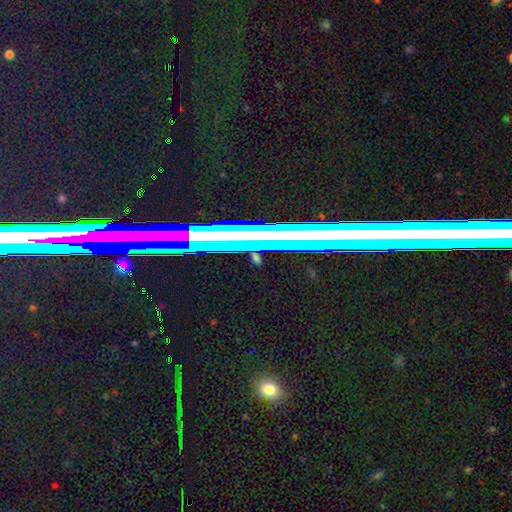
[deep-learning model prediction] Smooth or featured? Predicted: featured or disk (p=0.43). Merging? Predicted: none (p=0.87).